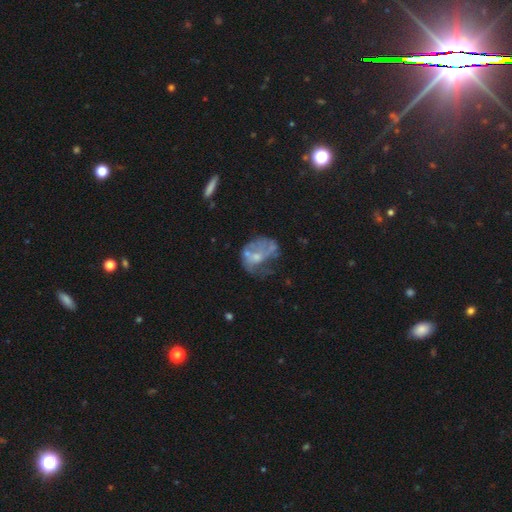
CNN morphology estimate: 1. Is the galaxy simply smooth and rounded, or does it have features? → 56% featured or disk, 33% smooth, 11% star or artifact.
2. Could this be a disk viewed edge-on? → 98% no, 2% yes.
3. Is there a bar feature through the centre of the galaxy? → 82% no, 15% weak, 3% strong.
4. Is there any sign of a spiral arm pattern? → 78% no, 22% yes.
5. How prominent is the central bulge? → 35% small, 31% moderate, 30% none, 3% large, 1% dominant.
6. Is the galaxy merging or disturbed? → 36% major disturbance, 29% none, 21% minor disturbance, 13% merger.